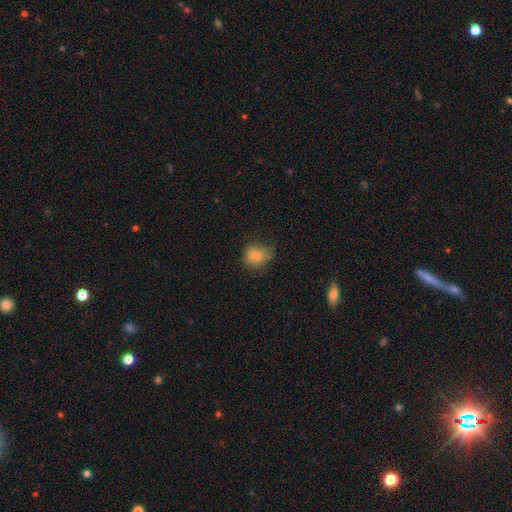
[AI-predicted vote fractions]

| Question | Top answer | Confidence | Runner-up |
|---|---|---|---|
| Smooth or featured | smooth | 79% | star or artifact (11%) |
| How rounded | round | 54% | in between (45%) |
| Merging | none | 55% | minor disturbance (29%) |